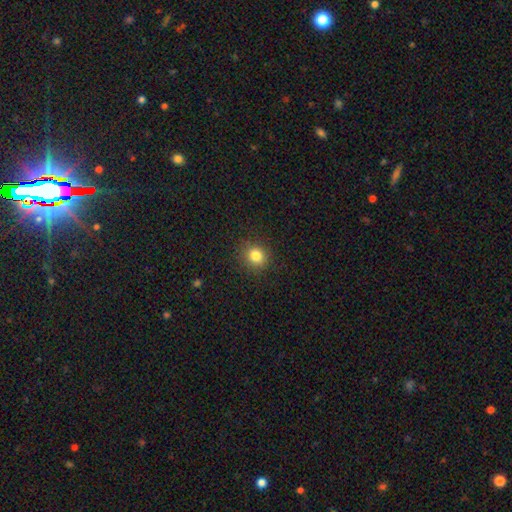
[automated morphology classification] A smooth galaxy with no disk features (82%) that is round (85%). Merging: none (89%).